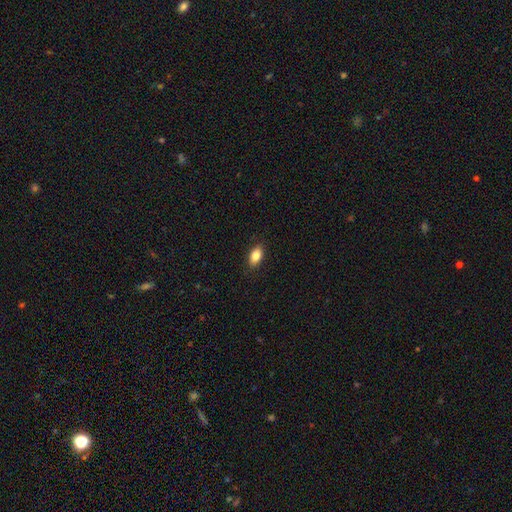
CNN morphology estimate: Smooth or featured: smooth — 84% (featured or disk — 8%)
How rounded: in between — 89% (round — 7%)
Merging: none — 88% (minor disturbance — 9%)